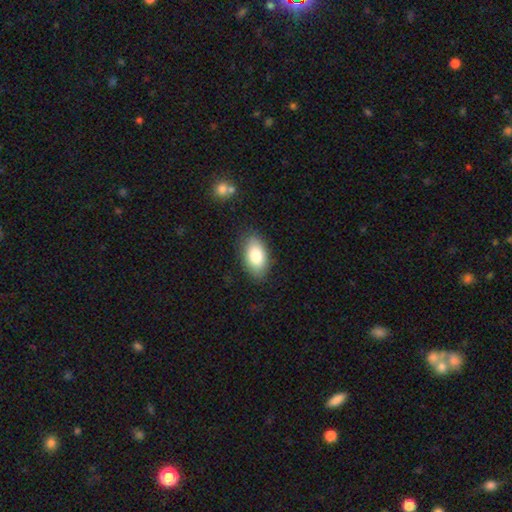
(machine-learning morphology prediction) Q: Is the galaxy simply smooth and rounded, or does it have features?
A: smooth — 80%.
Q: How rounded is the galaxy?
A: in between — 93%.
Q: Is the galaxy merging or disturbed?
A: none — 84%.